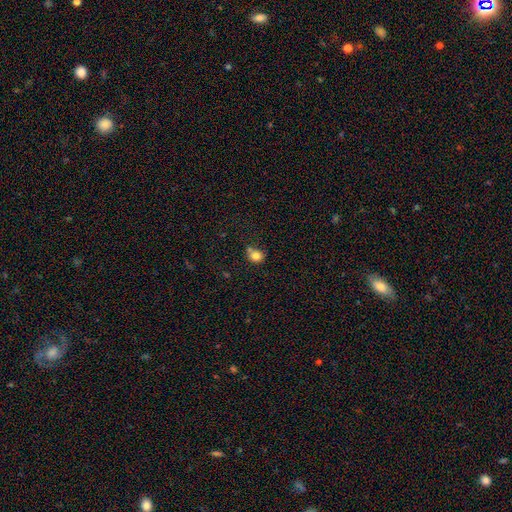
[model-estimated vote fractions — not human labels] Morphology: type=smooth (80%); roundness=round (73%); merging=none (57%).